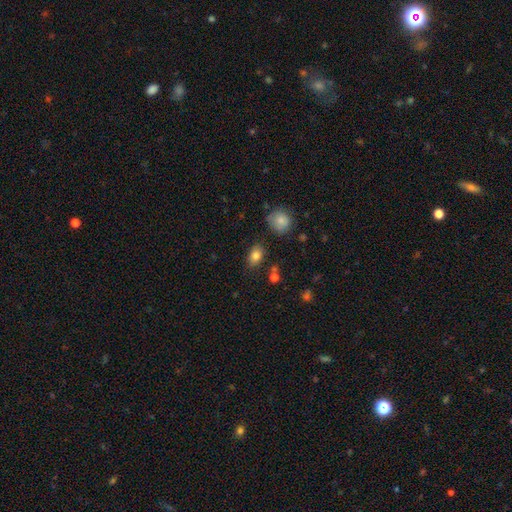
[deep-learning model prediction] Smooth or featured? Predicted: smooth (p=0.82). How rounded? Predicted: in between (p=0.79). Merging? Predicted: none (p=0.81).